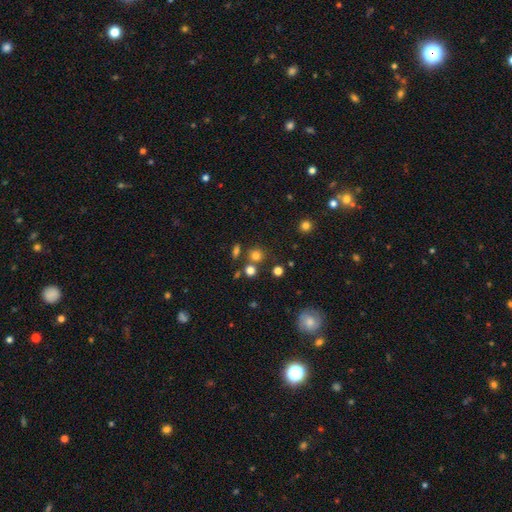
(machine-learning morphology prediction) The model was most divided on "merging": none: 71%, merger: 17%, minor disturbance: 9%, major disturbance: 4%. More confident: how rounded — round (85%); smooth or featured — smooth (74%).